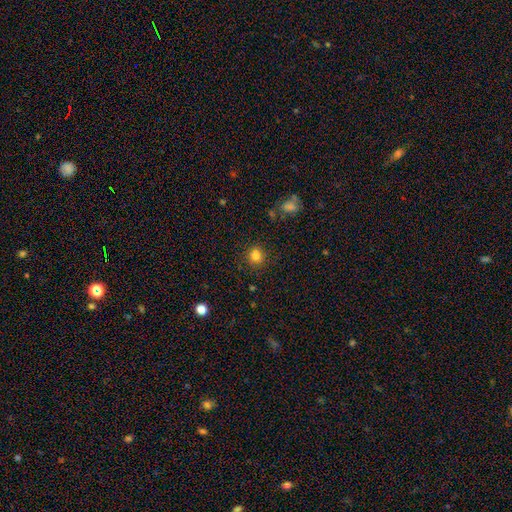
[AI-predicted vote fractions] Overall: smooth (81%). How rounded: round (79%). Merging: none (85%).